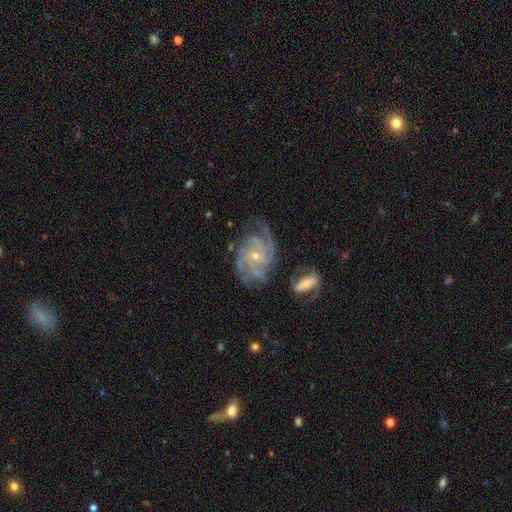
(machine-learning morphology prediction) This appears to be a featured or disk galaxy (87%) with no bar (69%), 3 (24%, tied with 4) tight (54%) spiral arms (97%) and a small central bulge (77%). Merging: none (63%).